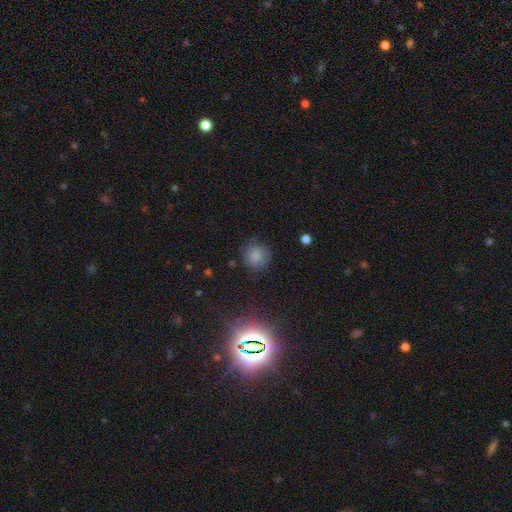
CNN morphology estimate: Smooth or featured? Predicted: smooth (p=0.79). How rounded? Predicted: round (p=0.89). Merging? Predicted: none (p=0.74).